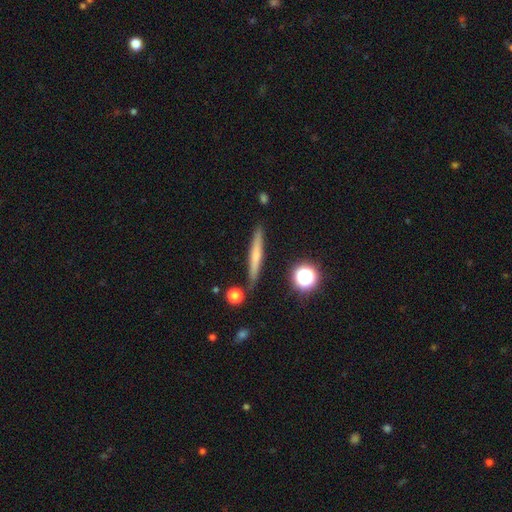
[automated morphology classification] smooth 50%, featured or disk 41%, star or artifact 9%. Down the decision tree: how rounded — cigar-shaped (92%); merging — none (85%).